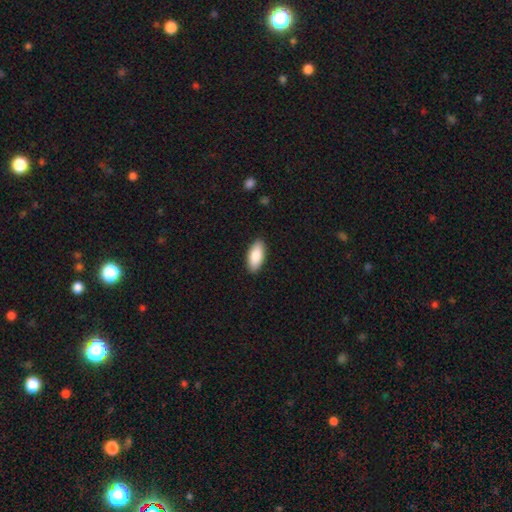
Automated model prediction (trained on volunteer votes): smooth-or-featured: smooth: 87% | featured or disk: 8% | star or artifact: 6%
  how-rounded: in between: 88% | cigar-shaped: 10% | round: 2%
  merging: none: 89% | minor disturbance: 8% | major disturbance: 2% | merger: 1%